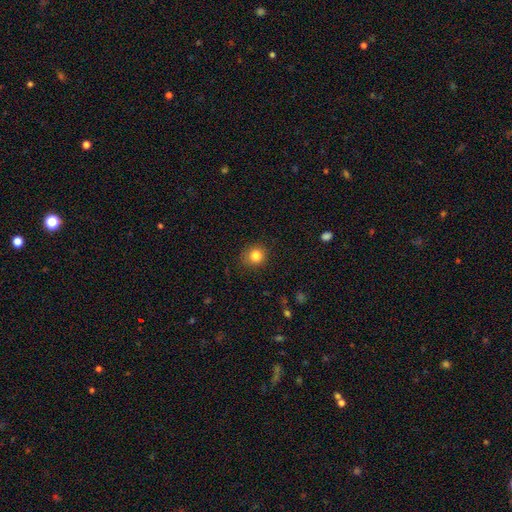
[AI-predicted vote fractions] A smooth galaxy with no disk features (84%) that is round (85%).

Vote fractions:
- Smooth or featured? smooth: 84% / star or artifact: 11% / featured or disk: 5%
- How rounded? round: 85% / in between: 14% / cigar-shaped: 1%
- Merging? none: 86% / minor disturbance: 10% / major disturbance: 3% / merger: 1%